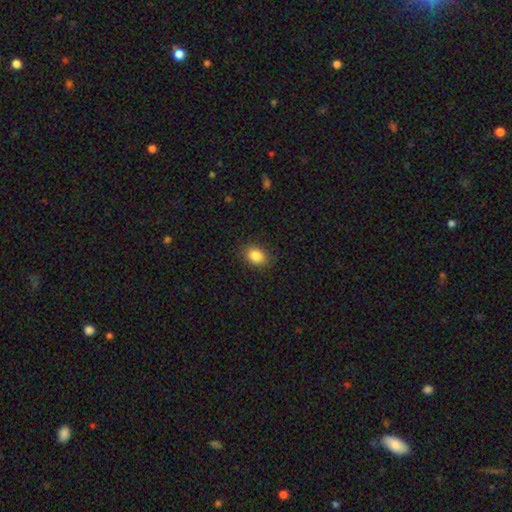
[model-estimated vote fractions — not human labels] Smooth or featured: smooth — 85% (star or artifact — 9%)
How rounded: in between — 64% (round — 35%)
Merging: none — 87% (minor disturbance — 9%)